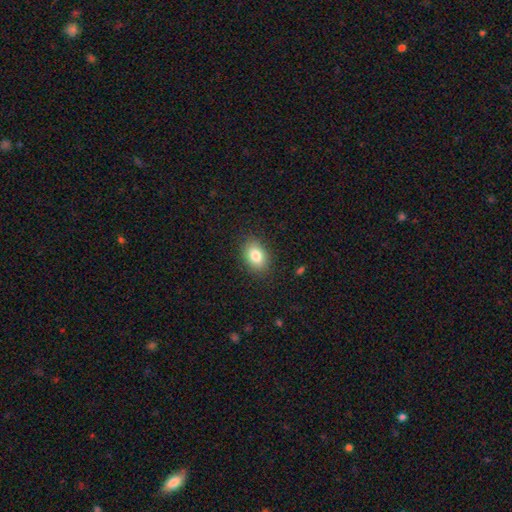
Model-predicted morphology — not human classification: Smooth or featured? smooth (83%)
How rounded? in between (82%)
Merging? none (87%)